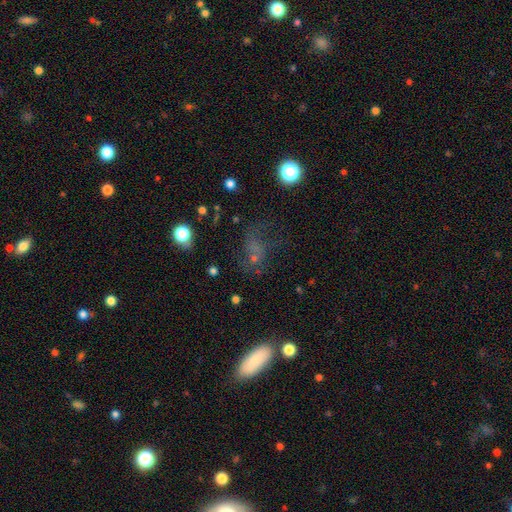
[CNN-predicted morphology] The model was most divided on "smooth or featured": smooth: 41%, featured or disk: 30%, star or artifact: 29%. Remaining: merging — none (44%).